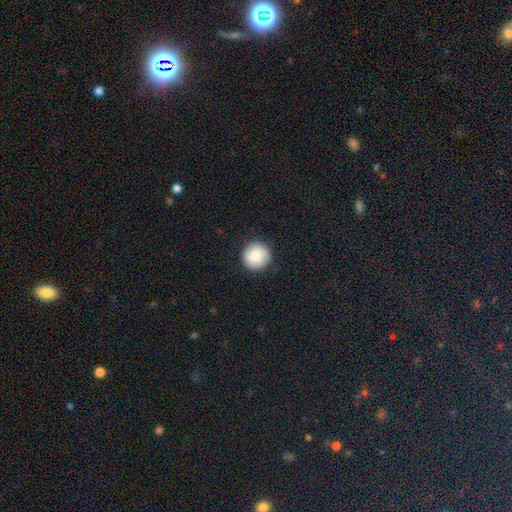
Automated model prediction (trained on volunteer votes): A smooth galaxy with no disk features (83%) that is round (95%). Merging: none (89%).